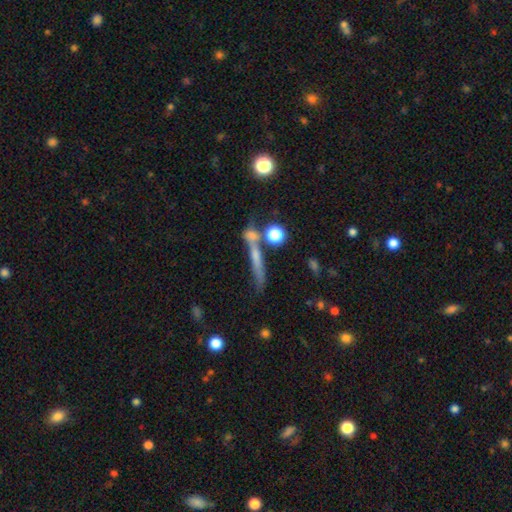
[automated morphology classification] The model was most divided on "smooth or featured": smooth: 47%, featured or disk: 39%, star or artifact: 14%. More confident: merging — none (59%).